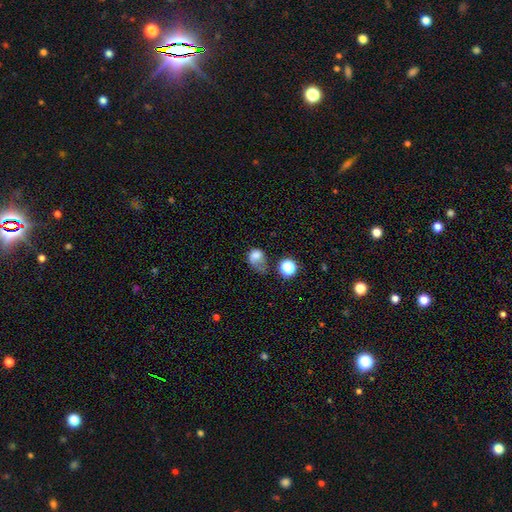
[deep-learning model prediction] Smooth or featured? smooth (70%)
How rounded? in between (57%)
Merging? major disturbance (46%)